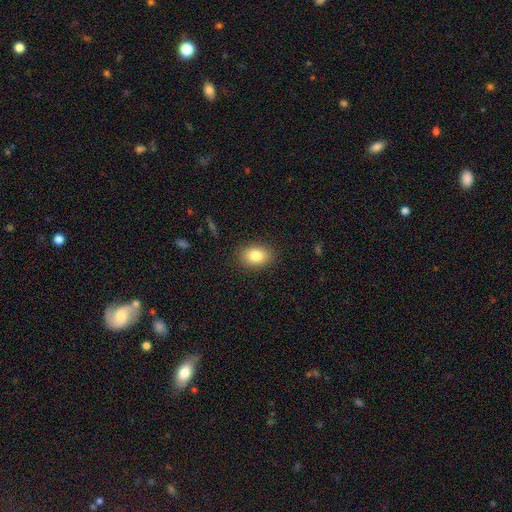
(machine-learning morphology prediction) A smooth galaxy with no disk features (82%) that is in between round and cigar-shaped (75%).

Vote fractions:
- Smooth or featured? smooth: 82% / star or artifact: 9% / featured or disk: 9%
- How rounded? in between: 75% / round: 24% / cigar-shaped: 1%
- Merging? none: 87% / minor disturbance: 9% / major disturbance: 3% / merger: 1%